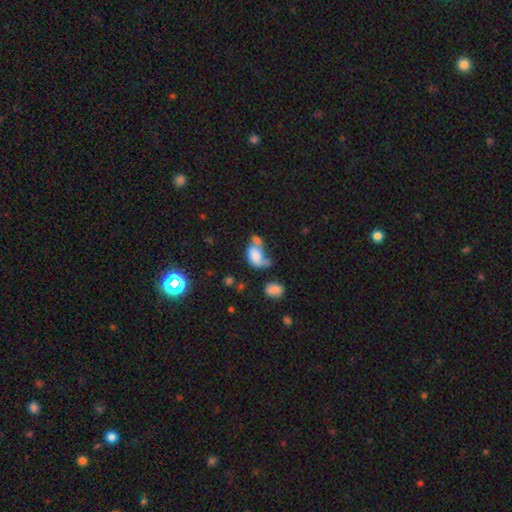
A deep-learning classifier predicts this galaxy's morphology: A smooth galaxy with no disk features (58%) that is in between round and cigar-shaped (85%).

Vote fractions:
- Smooth or featured? smooth: 58% / featured or disk: 31% / star or artifact: 11%
- How rounded? in between: 85% / round: 13% / cigar-shaped: 2%
- Merging? merger: 44% / major disturbance: 24% / none: 17% / minor disturbance: 15%